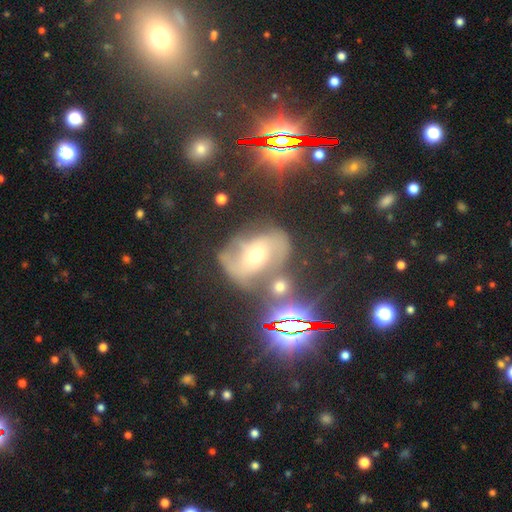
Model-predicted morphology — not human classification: Q: Smooth or featured?
A: featured or disk (54%); runner-up: smooth (23%)
Q: Edge-on disk?
A: no (95%); runner-up: yes (5%)
Q: Bar?
A: no (47%); runner-up: weak (32%)
Q: Spiral arms?
A: yes (72%); runner-up: no (28%)
Q: Bulge size?
A: moderate (60%); runner-up: small (33%)
Q: Merging?
A: none (50%); runner-up: minor disturbance (19%)